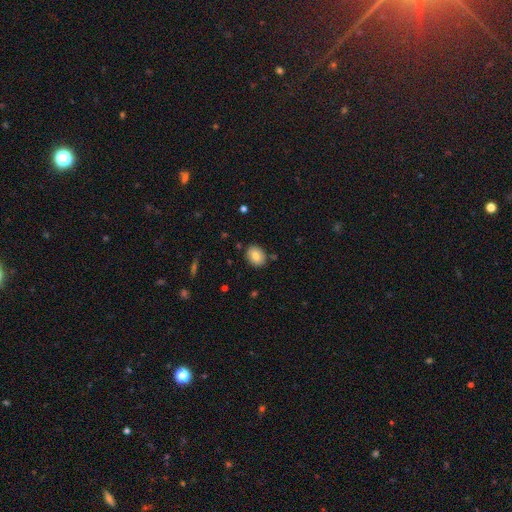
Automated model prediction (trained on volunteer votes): Overall: smooth (80%). How rounded: in between (58%; round 41%). Merging: none (86%).